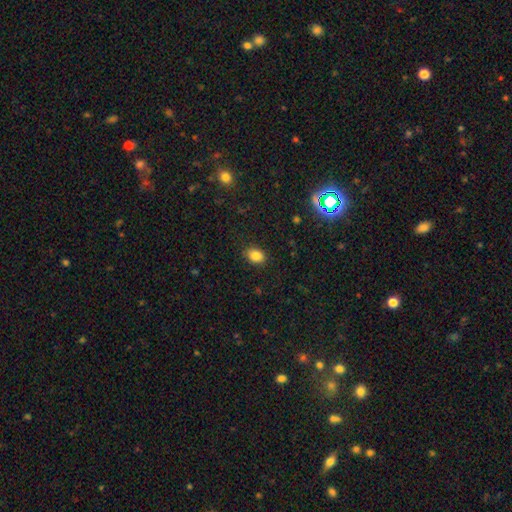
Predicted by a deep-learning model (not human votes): Q: Smooth or featured?
A: smooth (85%); runner-up: star or artifact (11%)
Q: How rounded?
A: in between (64%); runner-up: round (35%)
Q: Merging?
A: none (87%); runner-up: minor disturbance (9%)